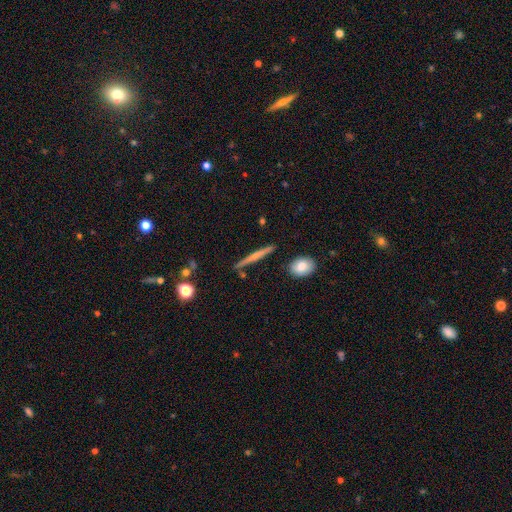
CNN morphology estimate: Q: Smooth or featured?
A: featured or disk (49%); runner-up: smooth (44%)
Q: Merging?
A: none (87%); runner-up: minor disturbance (8%)